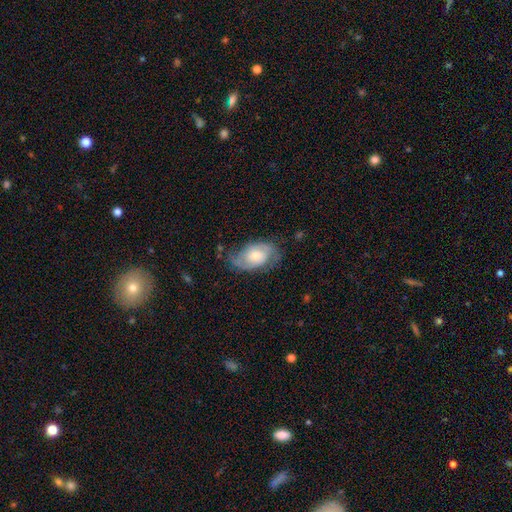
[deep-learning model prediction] Smooth or featured?
  - featured or disk: 67% *
  - smooth: 27%
  - star or artifact: 6%
Edge-on disk?
  - no: 95% *
  - yes: 5%
Bar?
  - no: 68% *
  - weak: 27%
  - strong: 5%
Spiral arms?
  - yes: 87% *
  - no: 13%
Spiral winding?
  - medium: 44% *
  - tight: 36%
  - loose: 20%
Spiral arm count?
  - 2: 78% *
  - can't tell: 13%
  - 1: 3%
  - 3: 2%
  - 4: 1%
  - more than 4: 1%
Bulge size?
  - moderate: 58% *
  - small: 30%
  - large: 9%
  - none: 2%
  - dominant: 1%
Merging?
  - none: 65% *
  - minor disturbance: 24%
  - major disturbance: 10%
  - merger: 2%